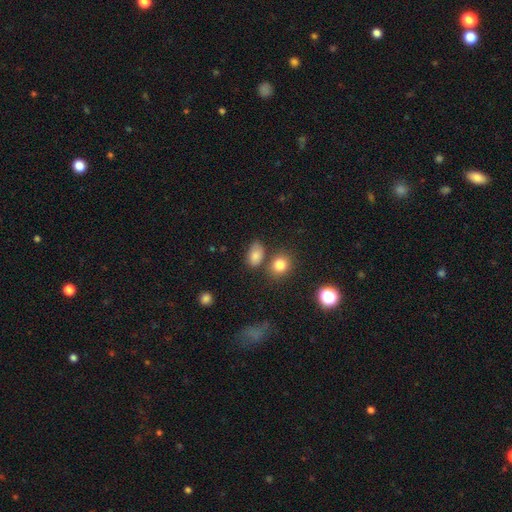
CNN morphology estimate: A smooth galaxy with no disk features (79%) that is in between round and cigar-shaped (82%).

Vote fractions:
- Smooth or featured? smooth: 79% / star or artifact: 13% / featured or disk: 9%
- How rounded? in between: 82% / round: 16% / cigar-shaped: 2%
- Merging? none: 65% / minor disturbance: 17% / merger: 13% / major disturbance: 6%